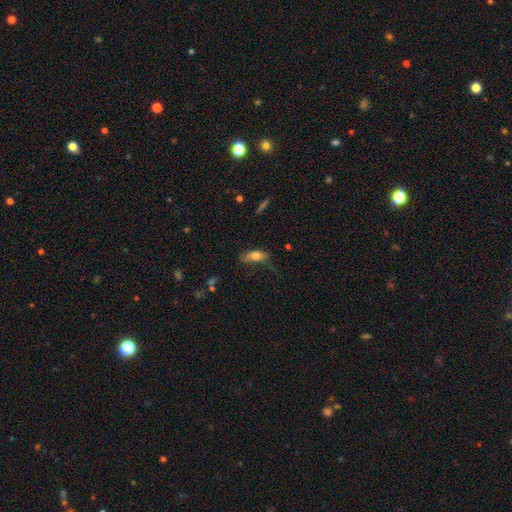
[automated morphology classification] Smooth or featured: smooth — 71% (featured or disk — 21%)
How rounded: in between — 71% (cigar-shaped — 26%)
Merging: none — 48% (minor disturbance — 33%)